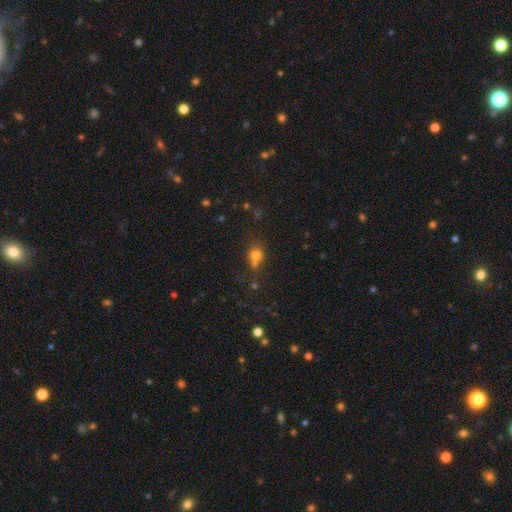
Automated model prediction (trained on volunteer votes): smooth-or-featured: smooth: 72% | star or artifact: 17% | featured or disk: 11%
  how-rounded: round: 76% | in between: 23% | cigar-shaped: 1%
  merging: none: 43% | merger: 40% | minor disturbance: 11% | major disturbance: 6%